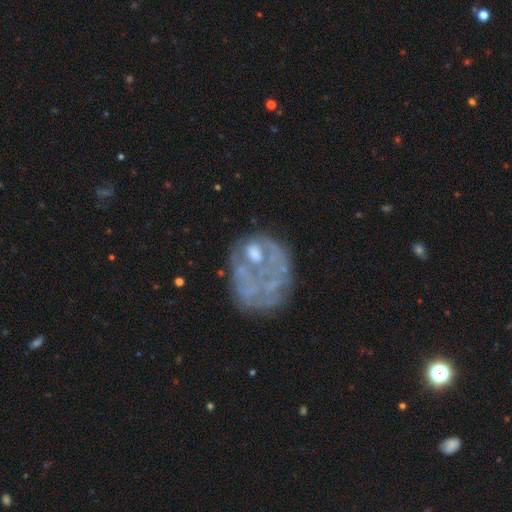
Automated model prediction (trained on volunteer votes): Morphology: type=featured or disk (64%); edge-on=no (98%); bar=no (89%); spiral arms=no (83%); bulge=none (51%); merging=major disturbance (36%).